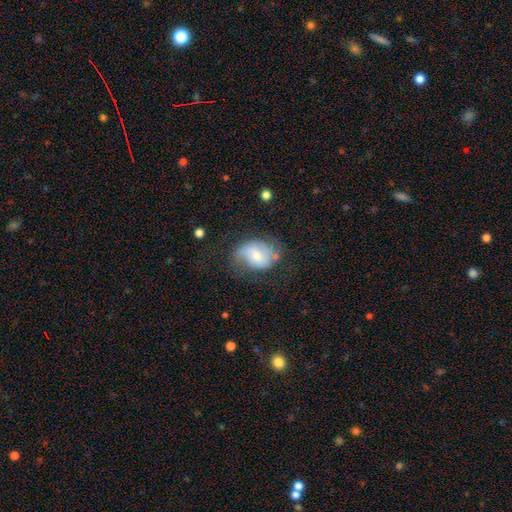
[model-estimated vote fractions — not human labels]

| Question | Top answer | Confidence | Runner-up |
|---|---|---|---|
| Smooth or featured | featured or disk | 51% | smooth (42%) |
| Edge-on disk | no | 97% | yes (3%) |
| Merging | none | 50% | minor disturbance (30%) |